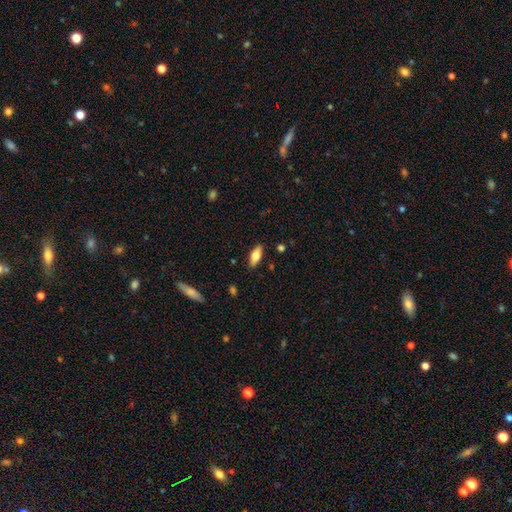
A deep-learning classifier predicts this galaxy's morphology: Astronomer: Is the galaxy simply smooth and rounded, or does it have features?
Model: smooth — 65%.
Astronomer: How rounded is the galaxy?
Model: in between — 74%.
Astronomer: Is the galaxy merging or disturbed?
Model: none — 87%.